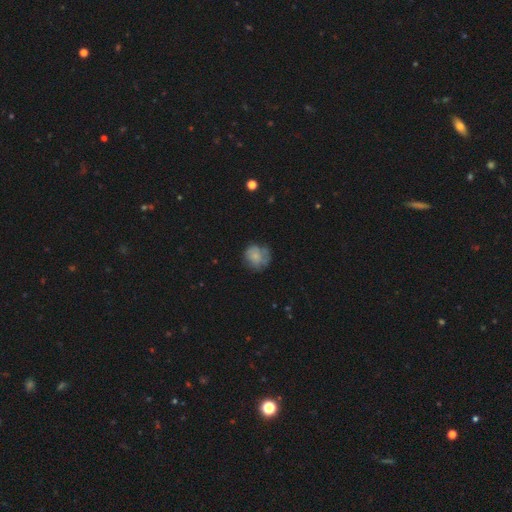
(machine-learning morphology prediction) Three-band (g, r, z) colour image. It shows a smooth galaxy with no disk features (67%) that is round (79%). Merging: none (55%).